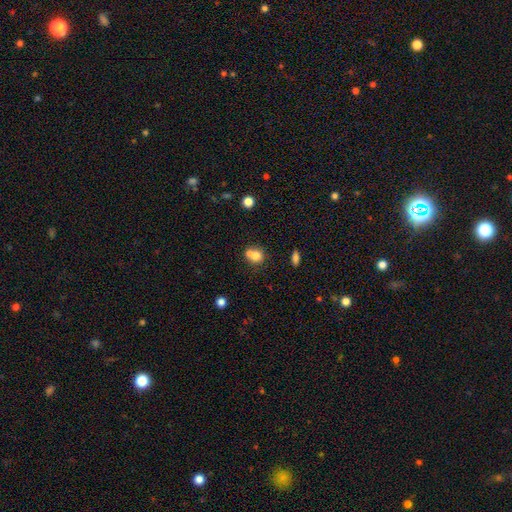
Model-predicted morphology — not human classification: smooth_or_featured: smooth (p=0.73) [alt: featured or disk p=0.15]
how_rounded: round (p=0.79) [alt: in between p=0.20]
merging: merger (p=0.52) [alt: none p=0.38]